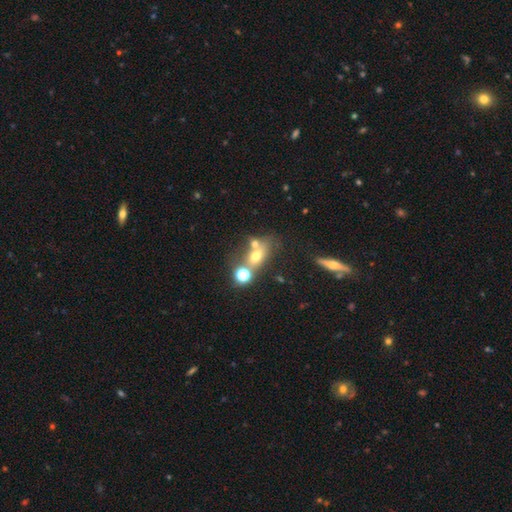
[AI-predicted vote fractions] smooth_or_featured: smooth (p=0.61) [alt: featured or disk p=0.22]
how_rounded: in between (p=0.61) [alt: round p=0.33]
merging: none (p=0.42) [alt: merger p=0.37]